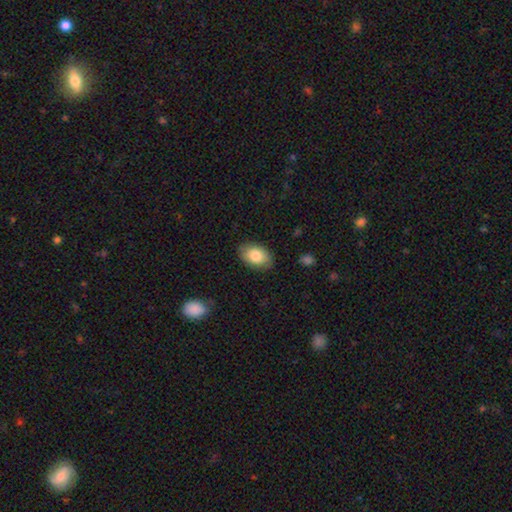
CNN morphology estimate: smooth 83%, featured or disk 10%, star or artifact 7%. Down the decision tree: how rounded — in between (88%); merging — none (85%).